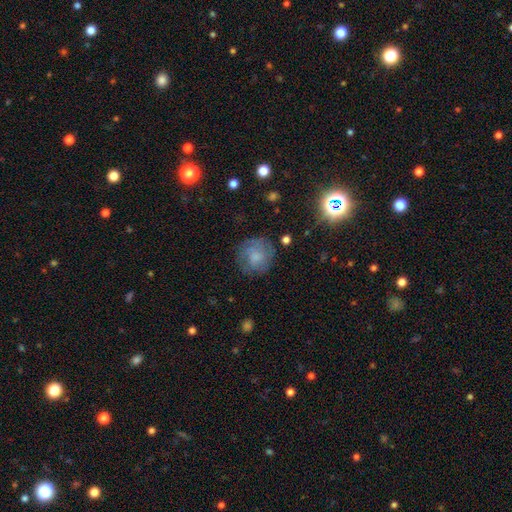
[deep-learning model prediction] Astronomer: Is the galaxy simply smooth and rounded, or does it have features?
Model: smooth — 56% (runner-up: featured or disk, 33%).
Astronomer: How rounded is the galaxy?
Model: round — 87%.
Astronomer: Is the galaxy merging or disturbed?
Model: none — 70%.